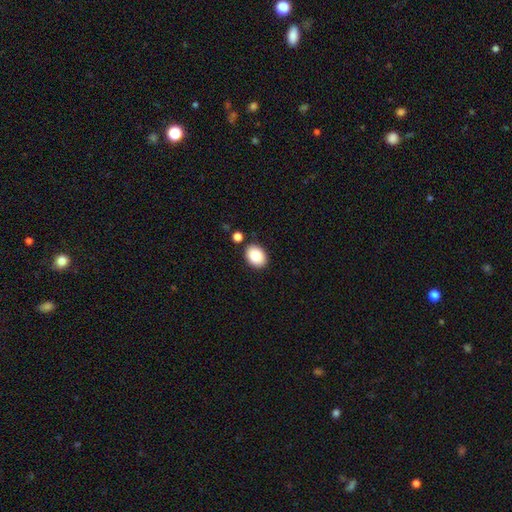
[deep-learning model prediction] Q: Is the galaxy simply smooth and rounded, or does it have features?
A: smooth — 85%.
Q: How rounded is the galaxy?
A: in between — 72%.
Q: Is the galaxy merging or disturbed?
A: none — 85%.